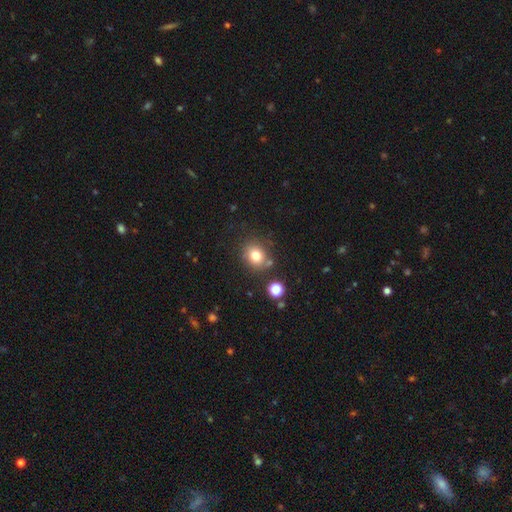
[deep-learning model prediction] Overall: smooth (77%). How rounded: round (75%). Merging: none (75%).